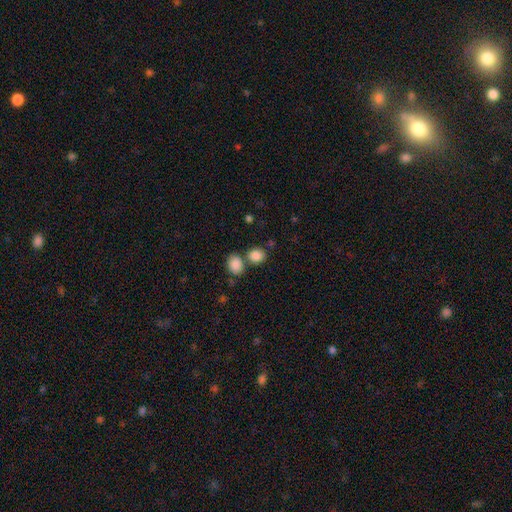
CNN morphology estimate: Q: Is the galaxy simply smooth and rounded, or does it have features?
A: smooth — 86%.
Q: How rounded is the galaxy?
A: round — 69%.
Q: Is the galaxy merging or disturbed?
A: none — 61%.